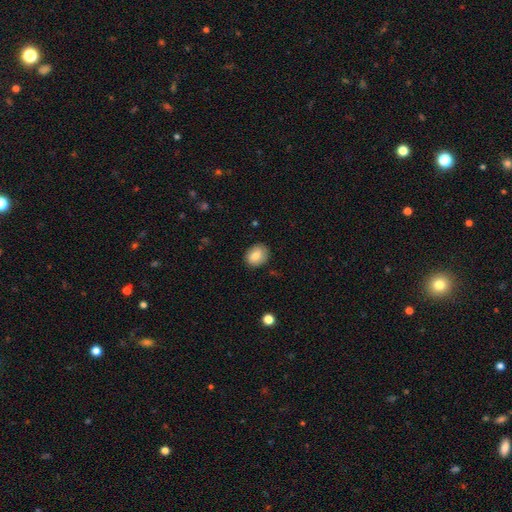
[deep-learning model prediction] smooth-or-featured: smooth: 79% | featured or disk: 13% | star or artifact: 8%
  how-rounded: round: 57% | in between: 42% | cigar-shaped: 1%
  merging: none: 81% | minor disturbance: 15% | major disturbance: 3% | merger: 1%